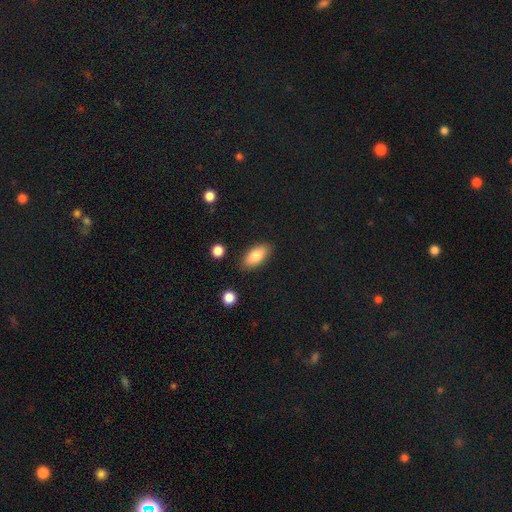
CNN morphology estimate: smooth_or_featured: smooth (p=0.81) [alt: featured or disk p=0.12]
how_rounded: in between (p=0.89) [alt: cigar-shaped p=0.08]
merging: none (p=0.86) [alt: minor disturbance p=0.10]